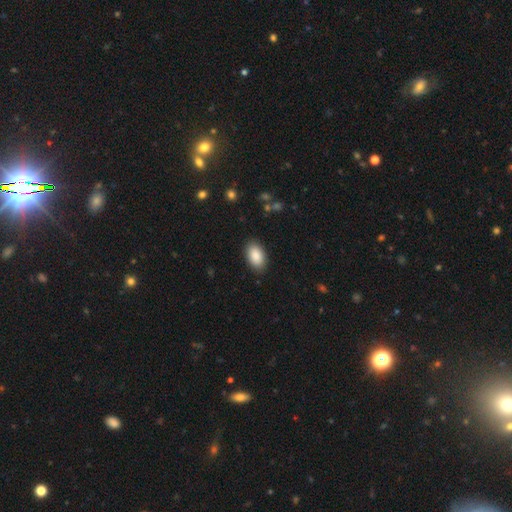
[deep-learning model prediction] Smooth or featured?
  - smooth: 89% *
  - star or artifact: 6%
  - featured or disk: 4%
How rounded?
  - in between: 93% *
  - round: 5%
  - cigar-shaped: 1%
Merging?
  - none: 88% *
  - minor disturbance: 9%
  - major disturbance: 2%
  - merger: 1%